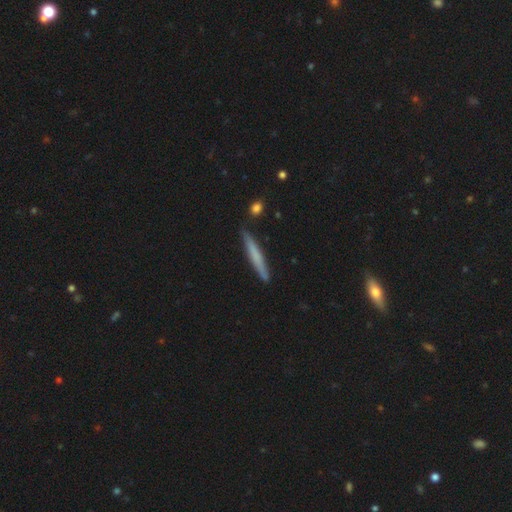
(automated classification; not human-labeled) A smooth galaxy with no disk features (58%) that is cigar-shaped (96%). Merging: none (86%).